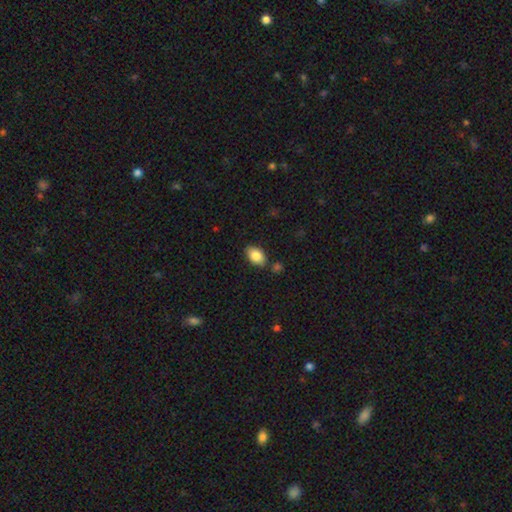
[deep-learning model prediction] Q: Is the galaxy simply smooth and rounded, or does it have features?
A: smooth — 85%.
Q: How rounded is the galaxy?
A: in between — 88%.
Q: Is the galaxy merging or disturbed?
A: none — 79%.